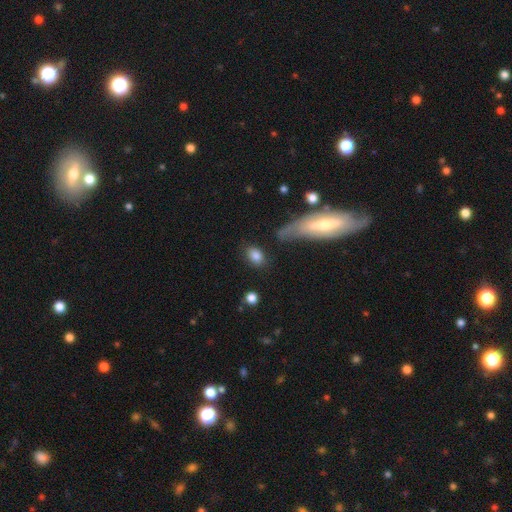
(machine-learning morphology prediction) The model was most divided on "how rounded": in between: 79%, round: 18%, cigar-shaped: 3%. More confident: smooth or featured — smooth (83%); merging — none (75%).